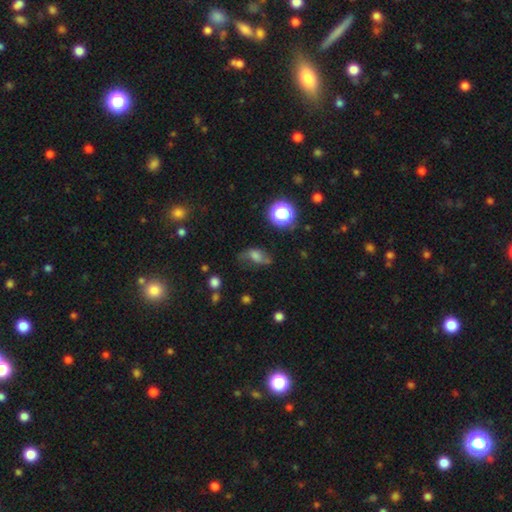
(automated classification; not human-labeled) Q: Smooth or featured?
A: smooth (55%); runner-up: featured or disk (26%)
Q: How rounded?
A: in between (73%); runner-up: round (23%)
Q: Merging?
A: none (45%); runner-up: minor disturbance (29%)